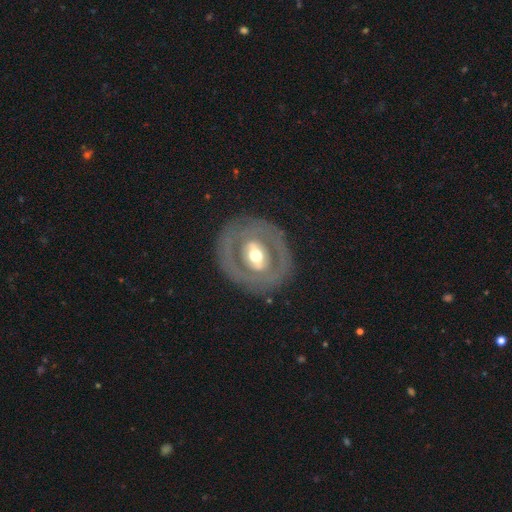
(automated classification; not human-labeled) Overall: featured or disk (69%). Edge-on disk: no (93%). Bar: strong (35%; no 33%). Spiral arms: no (75%). Bulge size: moderate (68%). Merging: none (81%).